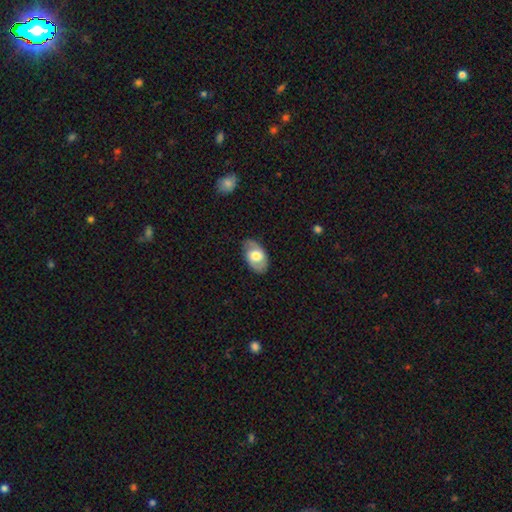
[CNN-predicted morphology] This is possibly a smooth galaxy (55%). How rounded: clearly in between (91%). Merging: likely none (76%).